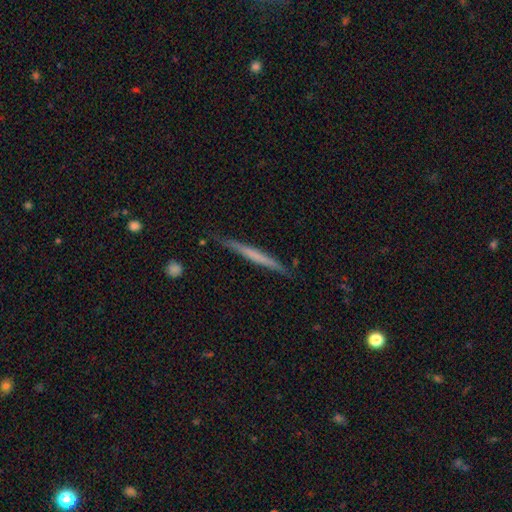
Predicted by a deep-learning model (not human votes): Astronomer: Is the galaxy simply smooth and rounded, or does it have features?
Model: featured or disk — 47%, tied with smooth at 47%.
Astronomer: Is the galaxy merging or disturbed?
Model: none — 86%.